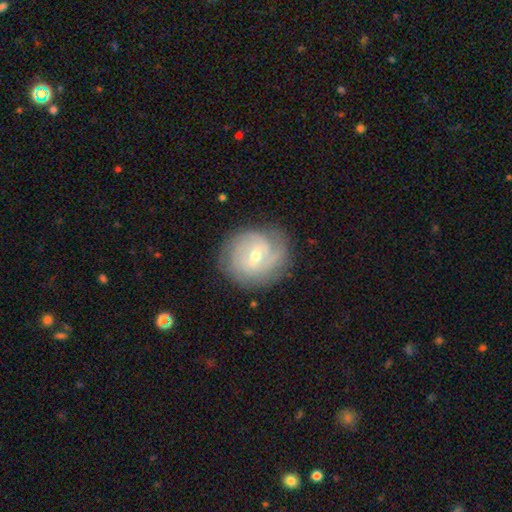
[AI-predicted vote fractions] Smooth or featured?
  - featured or disk: 77% *
  - smooth: 16%
  - star or artifact: 6%
Edge-on disk?
  - no: 97% *
  - yes: 3%
Bar?
  - weak: 52% *
  - no: 35%
  - strong: 13%
Spiral arms?
  - yes: 92% *
  - no: 8%
Spiral winding?
  - tight: 62% *
  - medium: 29%
  - loose: 9%
Spiral arm count?
  - can't tell: 32% *
  - 2: 31%
  - 3: 20%
  - 4: 6%
  - 1: 6%
  - more than 4: 4%
Bulge size?
  - moderate: 50% *
  - small: 46%
  - large: 2%
  - none: 1%
  - dominant: 1%
Merging?
  - none: 78% *
  - minor disturbance: 15%
  - major disturbance: 5%
  - merger: 1%